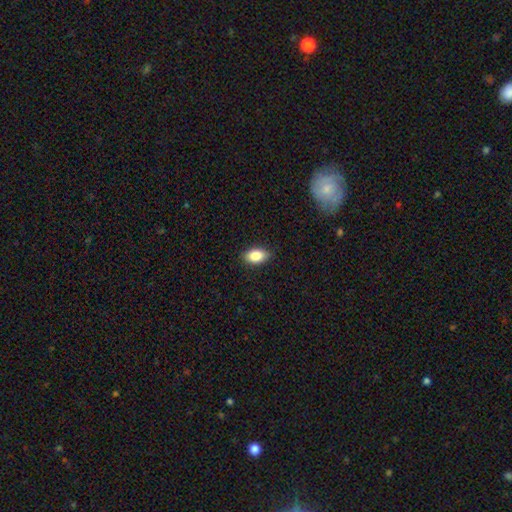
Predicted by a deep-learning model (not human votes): A smooth galaxy with no disk features (85%) that is in between round and cigar-shaped (90%). Merging: none (87%).